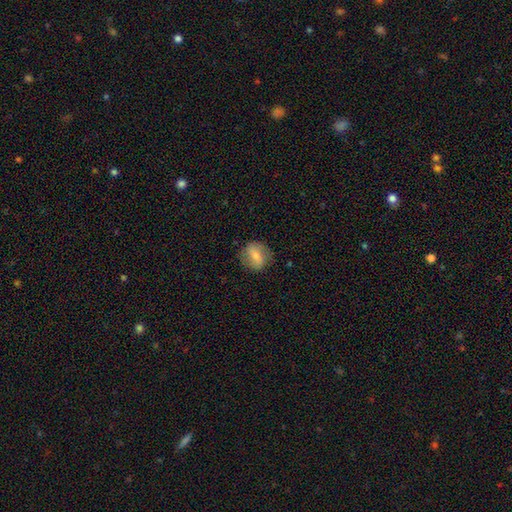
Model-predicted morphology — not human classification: type=smooth (62%); roundness=round (57%); merging=none (77%).